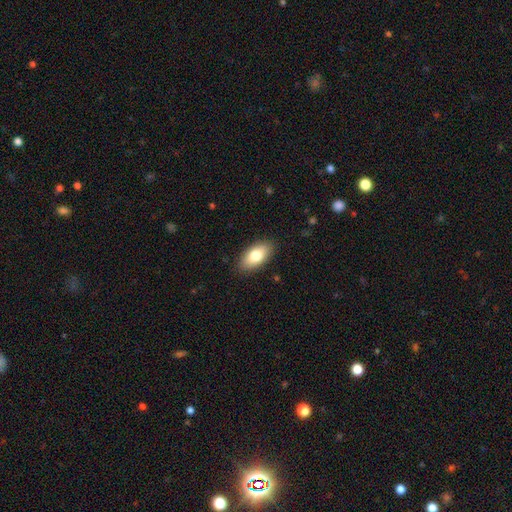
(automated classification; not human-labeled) A smooth galaxy with no disk features (78%) that is in between round and cigar-shaped (91%). Merging: none (88%).